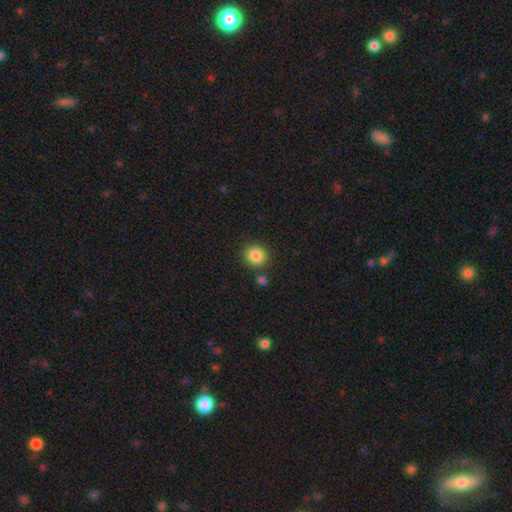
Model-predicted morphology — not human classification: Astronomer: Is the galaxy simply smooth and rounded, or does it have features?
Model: smooth — 86%.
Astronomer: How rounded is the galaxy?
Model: round — 84%.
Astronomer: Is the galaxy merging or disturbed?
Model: none — 82%.